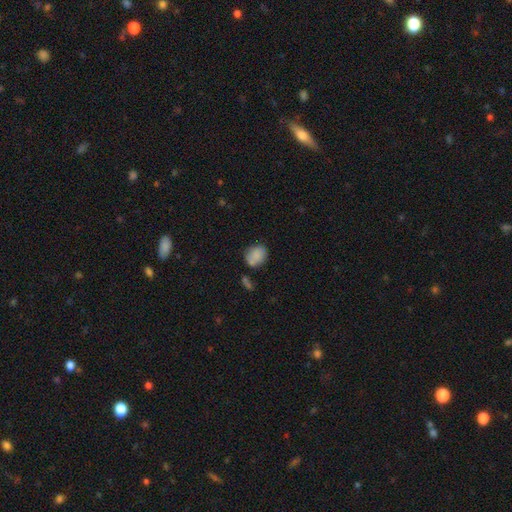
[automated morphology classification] The model was most divided on "how rounded": in between: 50%, round: 49%, cigar-shaped: 1%. More confident: smooth or featured — smooth (82%); merging — none (54%).